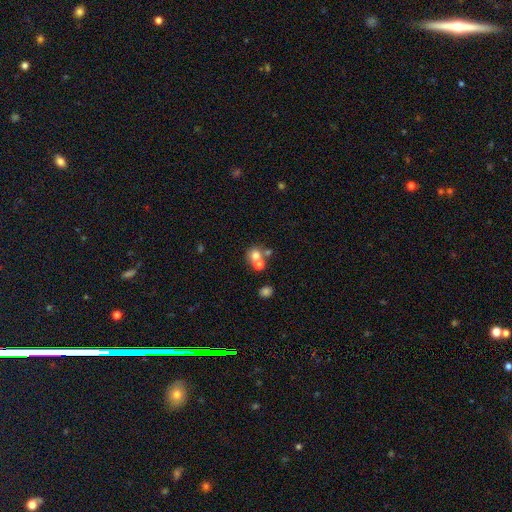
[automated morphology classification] smooth 68%, featured or disk 19%, star or artifact 13%. Down the decision tree: how rounded — round (80%); merging — merger (51%).